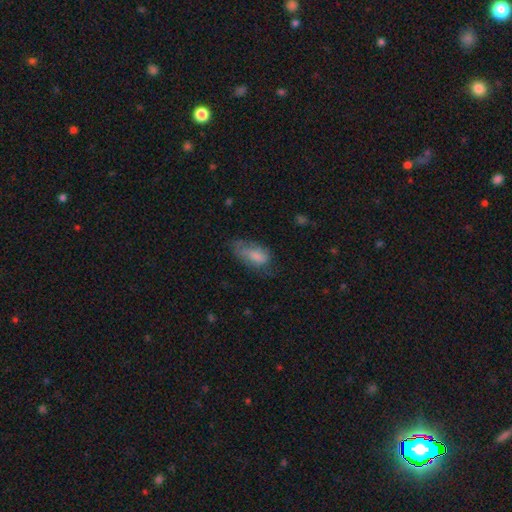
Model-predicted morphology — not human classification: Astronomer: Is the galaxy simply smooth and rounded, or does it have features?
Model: smooth — 69%.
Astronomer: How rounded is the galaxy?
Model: in between — 90%.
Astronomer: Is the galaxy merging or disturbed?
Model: none — 41% (runner-up: minor disturbance, 32%).